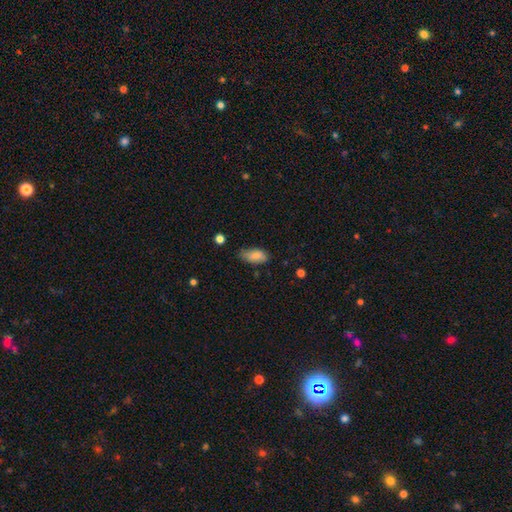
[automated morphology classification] type=smooth (84%); roundness=in between (89%); merging=none (66%).